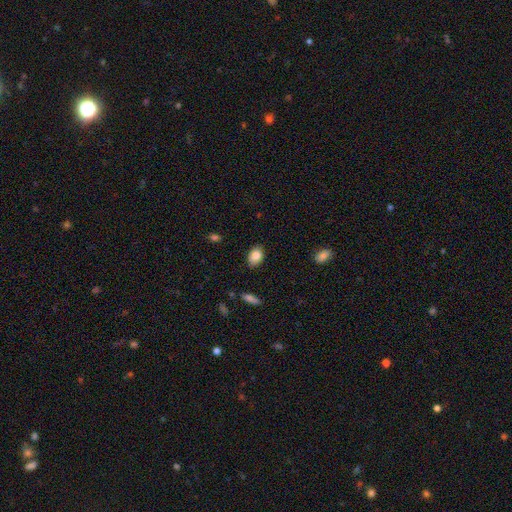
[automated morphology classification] Smooth or featured?
  - smooth: 86% *
  - star or artifact: 8%
  - featured or disk: 7%
How rounded?
  - in between: 82% *
  - round: 17%
  - cigar-shaped: 1%
Merging?
  - none: 84% *
  - minor disturbance: 12%
  - major disturbance: 3%
  - merger: 1%